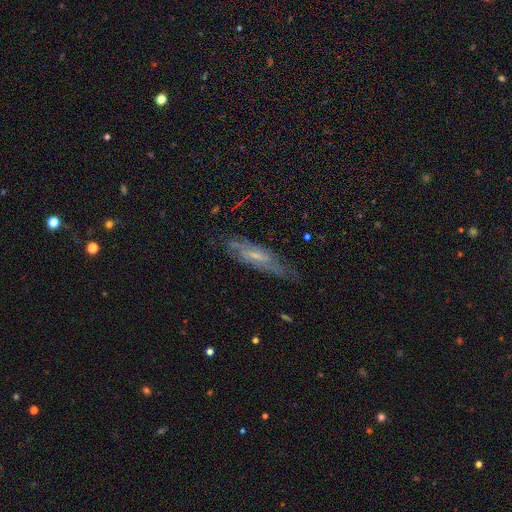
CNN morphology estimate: smooth-or-featured: featured or disk: 64% | smooth: 26% | star or artifact: 9%
  disk-edge-on: no: 60% | yes: 40%
  merging: none: 70% | minor disturbance: 21% | major disturbance: 7% | merger: 2%